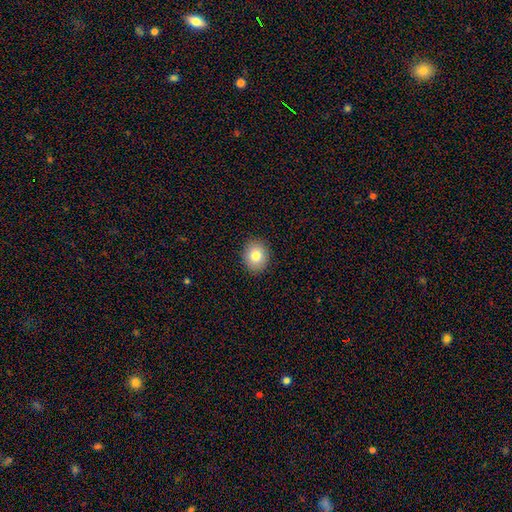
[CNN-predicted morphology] Smooth or featured? Predicted: smooth (p=0.81). How rounded? Predicted: round (p=0.70). Merging? Predicted: none (p=0.90).